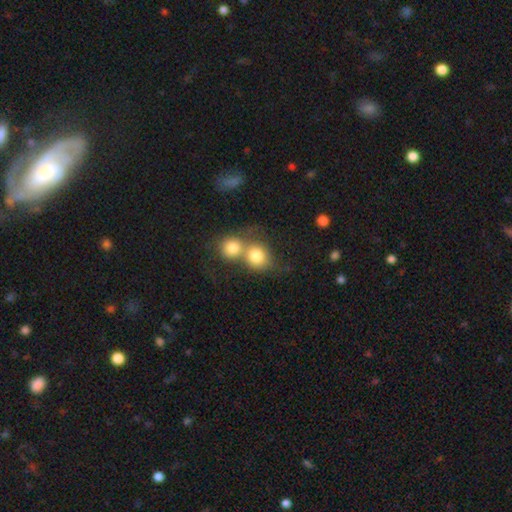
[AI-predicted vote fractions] A smooth galaxy with no disk features (79%) that is round (79%). Merging: merger (64%).